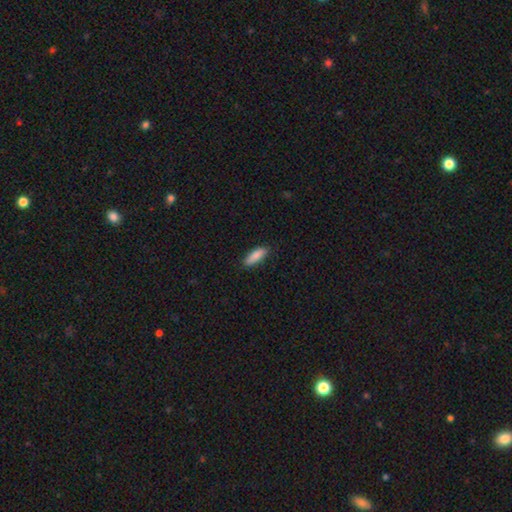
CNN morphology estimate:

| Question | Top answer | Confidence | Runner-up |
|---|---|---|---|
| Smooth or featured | smooth | 88% | star or artifact (6%) |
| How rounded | in between | 59% | cigar-shaped (39%) |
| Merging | none | 85% | minor disturbance (12%) |